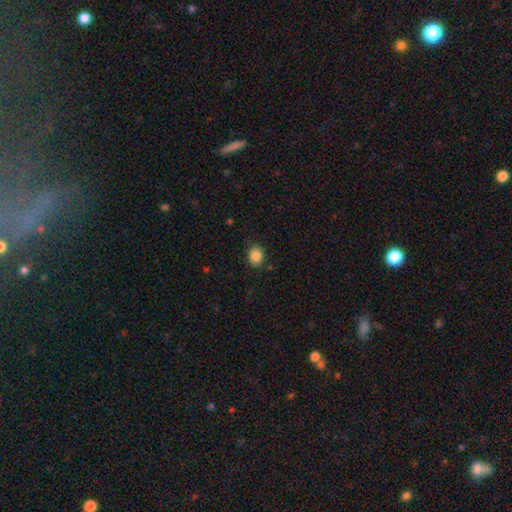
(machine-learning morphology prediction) Smooth or featured?
  - smooth: 86% *
  - star or artifact: 9%
  - featured or disk: 5%
How rounded?
  - round: 57% *
  - in between: 42%
  - cigar-shaped: 1%
Merging?
  - none: 85% *
  - minor disturbance: 11%
  - major disturbance: 3%
  - merger: 1%